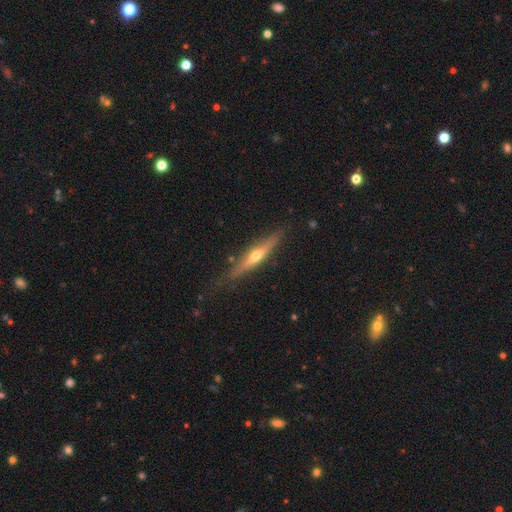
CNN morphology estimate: A featured or disk galaxy (66%) viewed edge-on (95%) with a rounded central bulge (87%).

Vote fractions:
- Smooth or featured? featured or disk: 66% / smooth: 28% / star or artifact: 6%
- Edge-on disk? yes: 95% / no: 5%
- Edge-on bulge? rounded: 87% / none: 10% / boxy: 3%
- Merging? none: 82% / minor disturbance: 13% / major disturbance: 3% / merger: 2%